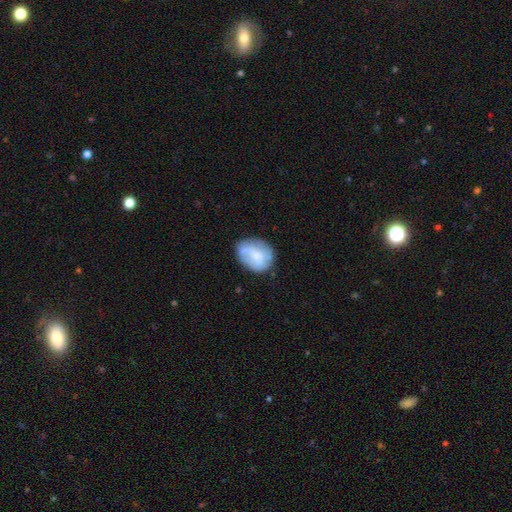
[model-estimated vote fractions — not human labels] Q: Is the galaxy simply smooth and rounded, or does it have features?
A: smooth — 58%.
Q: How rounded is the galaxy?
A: in between — 64%.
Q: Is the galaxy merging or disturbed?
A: none — 60%.